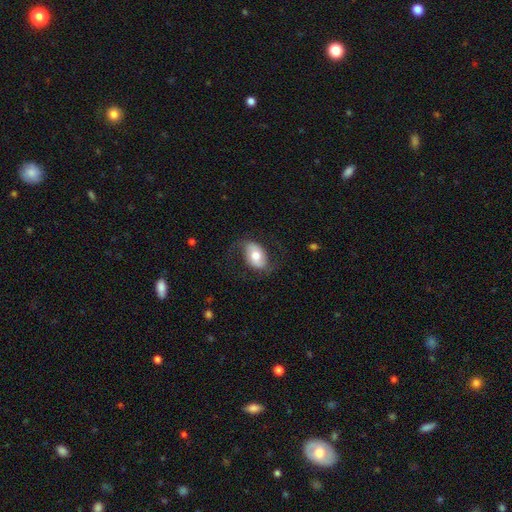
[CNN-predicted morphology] Smooth or featured: featured or disk — 47% (tied with smooth — 47%)
Merging: none — 68% (minor disturbance — 18%)